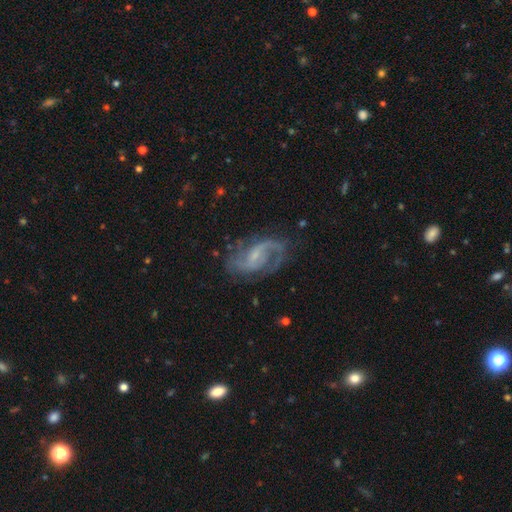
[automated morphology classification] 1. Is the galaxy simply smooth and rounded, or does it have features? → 88% featured or disk, 7% smooth, 6% star or artifact.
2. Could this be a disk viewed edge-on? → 97% no, 3% yes.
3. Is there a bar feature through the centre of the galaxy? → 53% weak, 33% no, 14% strong.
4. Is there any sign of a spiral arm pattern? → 96% yes, 4% no.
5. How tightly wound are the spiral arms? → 53% medium, 28% loose, 19% tight.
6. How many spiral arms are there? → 81% 2, 7% can't tell, 5% 1, 4% 3, 2% 4, 2% more than 4.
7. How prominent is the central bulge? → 63% small, 20% moderate, 14% none, 2% large, 1% dominant.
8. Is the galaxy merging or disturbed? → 69% none, 18% minor disturbance, 11% major disturbance, 2% merger.